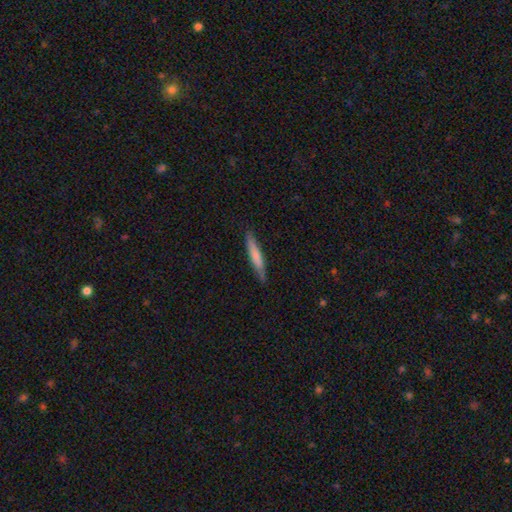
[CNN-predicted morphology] smooth-or-featured: smooth: 68% | featured or disk: 26% | star or artifact: 6%
  how-rounded: cigar-shaped: 92% | in between: 6% | round: 1%
  merging: none: 84% | minor disturbance: 12% | major disturbance: 2% | merger: 1%